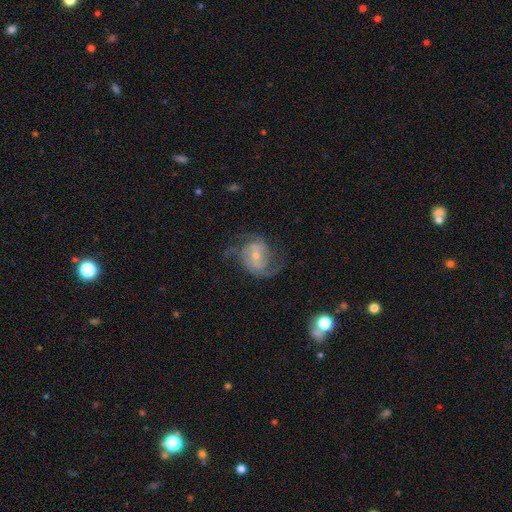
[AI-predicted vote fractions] smooth-or-featured: featured or disk: 83% | smooth: 11% | star or artifact: 6%
  disk-edge-on: no: 98% | yes: 2%
    bar: no: 47% | weak: 41% | strong: 12%
    has-spiral-arms: yes: 94% | no: 6%
      spiral-winding: medium: 49% | loose: 31% | tight: 20%
      spiral-arm-count: 2: 66% | 3: 12% | can't tell: 11% | 1: 5% | 4: 3% | more than 4: 3%
    bulge-size: small: 61% | moderate: 33% | large: 2% | none: 2% | dominant: 1%
  merging: none: 61% | minor disturbance: 19% | major disturbance: 18% | merger: 2%